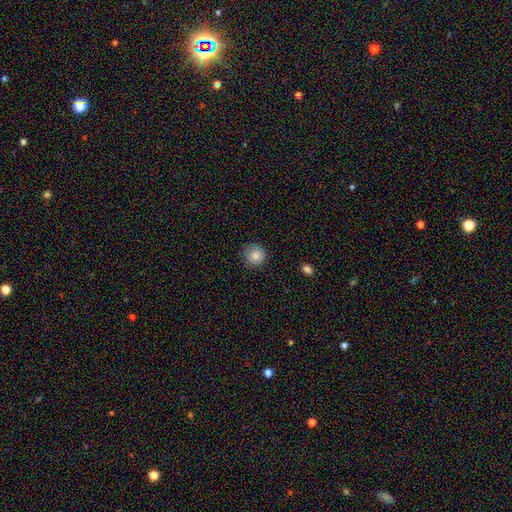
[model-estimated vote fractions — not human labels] Smooth or featured? smooth (84%)
How rounded? round (93%)
Merging? none (84%)